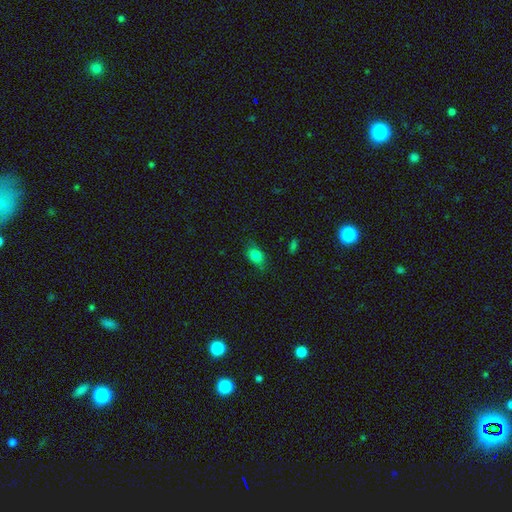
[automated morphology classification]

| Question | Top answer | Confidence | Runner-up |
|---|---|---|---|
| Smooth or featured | smooth | 81% | star or artifact (11%) |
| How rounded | in between | 70% | round (28%) |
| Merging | none | 71% | minor disturbance (22%) |